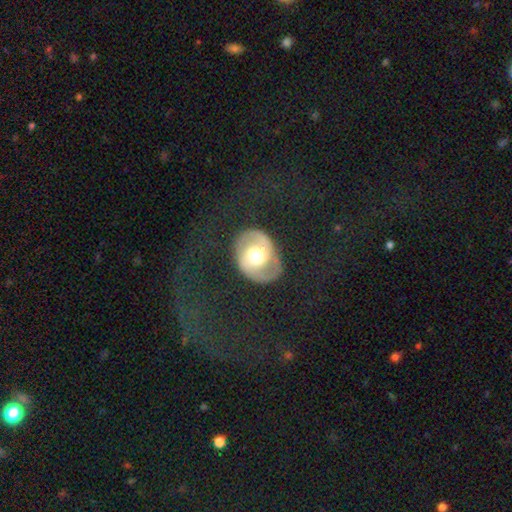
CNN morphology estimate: Smooth or featured? Predicted: featured or disk (p=0.66). Edge-on disk? Predicted: no (p=0.97). Bar? Predicted: no (p=0.60). Spiral arms? Predicted: yes (p=0.68). Bulge size? Predicted: moderate (p=0.61). Merging? Predicted: none (p=0.76).